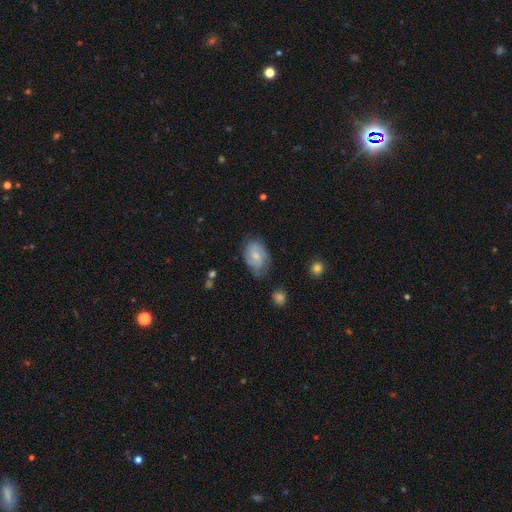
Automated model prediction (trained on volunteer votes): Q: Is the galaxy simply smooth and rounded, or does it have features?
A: featured or disk — 48%.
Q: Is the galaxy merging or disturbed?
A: none — 54%.